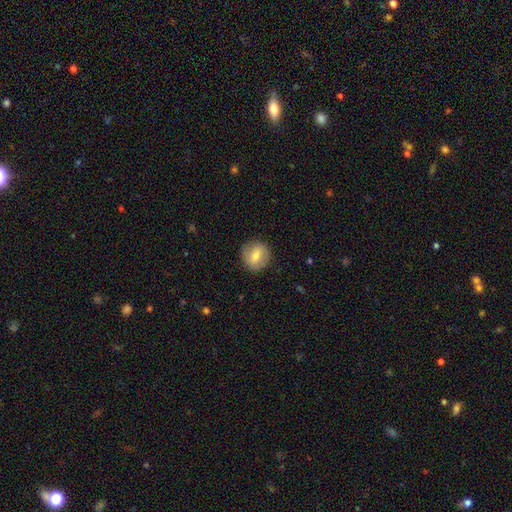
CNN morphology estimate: A smooth galaxy with no disk features (63%) that is round (87%). Merging: none (86%).